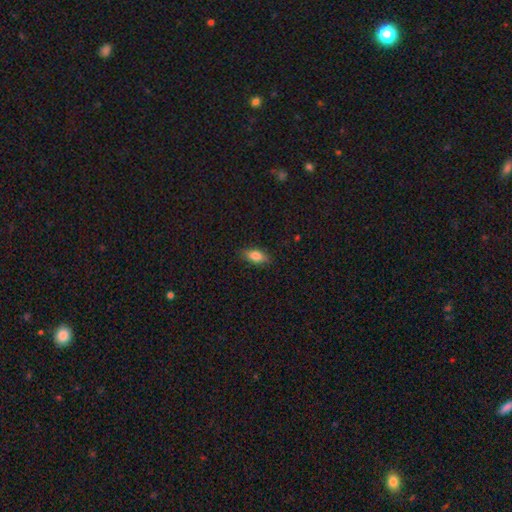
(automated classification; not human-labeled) A smooth galaxy with no disk features (80%) that is in between round and cigar-shaped (82%).

Vote fractions:
- Smooth or featured? smooth: 80% / featured or disk: 12% / star or artifact: 8%
- How rounded? in between: 82% / cigar-shaped: 14% / round: 4%
- Merging? none: 86% / minor disturbance: 11% / major disturbance: 2% / merger: 1%